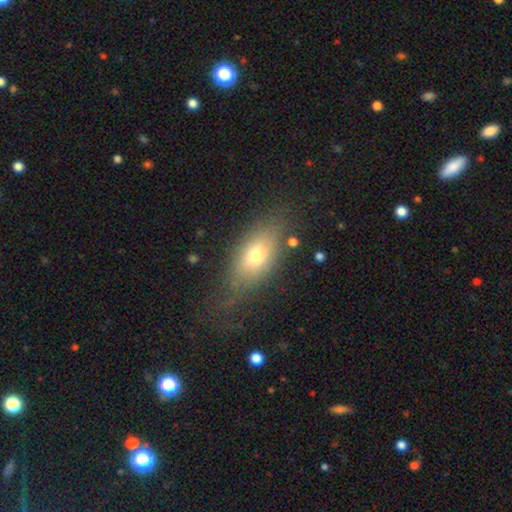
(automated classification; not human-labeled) This appears to be a smooth galaxy with no disk features (61%) that is in between round and cigar-shaped (79%). Merging: none (67%).